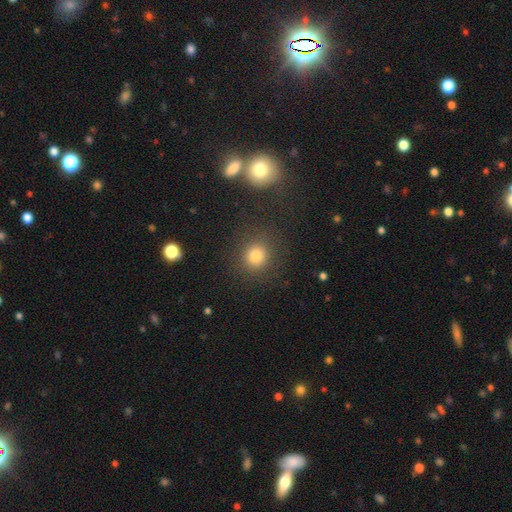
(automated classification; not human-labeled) Smooth or featured? Predicted: smooth (p=0.78). How rounded? Predicted: round (p=0.86). Merging? Predicted: none (p=0.83).